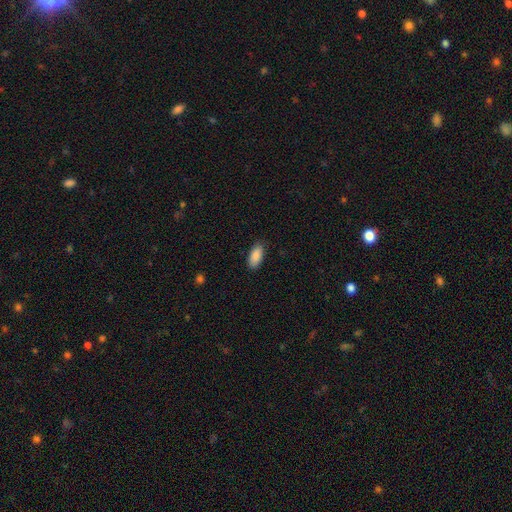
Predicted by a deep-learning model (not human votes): A smooth galaxy with no disk features (89%) that is in between round and cigar-shaped (91%).

Vote fractions:
- Smooth or featured? smooth: 89% / star or artifact: 6% / featured or disk: 4%
- How rounded? in between: 91% / cigar-shaped: 7% / round: 2%
- Merging? none: 86% / minor disturbance: 11% / major disturbance: 2% / merger: 1%